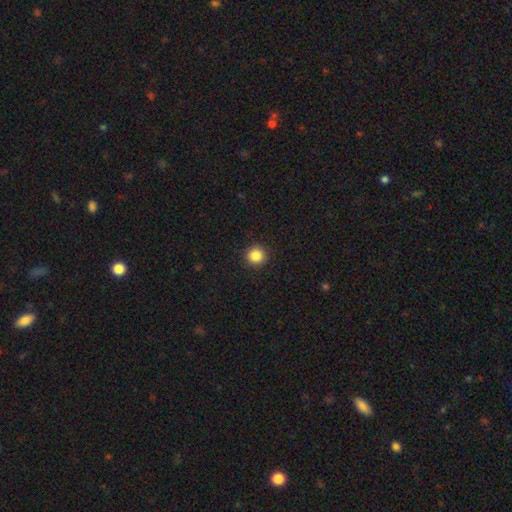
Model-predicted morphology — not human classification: Smooth or featured?
  - smooth: 86% *
  - star or artifact: 10%
  - featured or disk: 4%
How rounded?
  - round: 92% *
  - in between: 7%
  - cigar-shaped: 1%
Merging?
  - none: 91% *
  - minor disturbance: 6%
  - major disturbance: 2%
  - merger: 1%